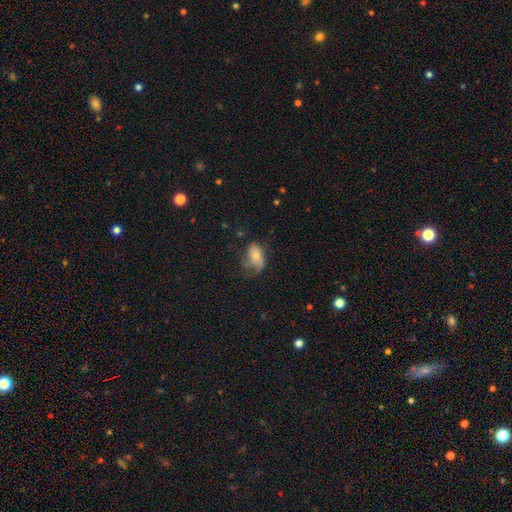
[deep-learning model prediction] The model was most divided on "merging": major disturbance: 34%, minor disturbance: 33%, none: 31%, merger: 2%. More confident: how rounded — in between (85%); smooth or featured — smooth (61%).